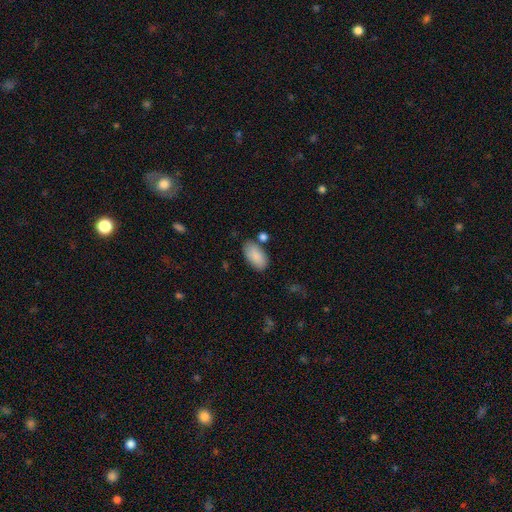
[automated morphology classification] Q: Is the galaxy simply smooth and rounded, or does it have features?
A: smooth — 88%.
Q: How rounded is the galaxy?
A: in between — 95%.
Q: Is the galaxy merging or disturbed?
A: none — 73%.